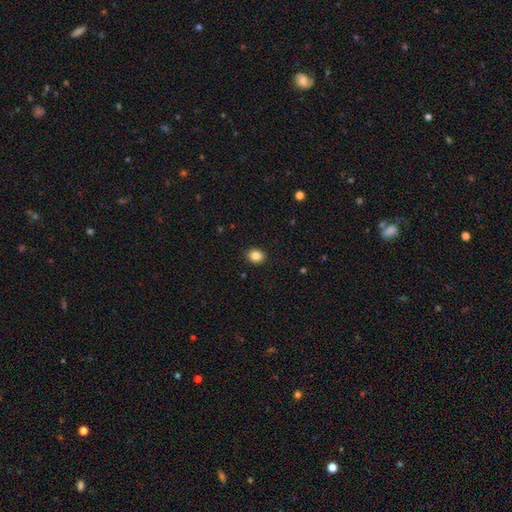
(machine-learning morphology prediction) smooth 85%, star or artifact 10%, featured or disk 5%. Down the decision tree: how rounded — round (56%); merging — none (91%).